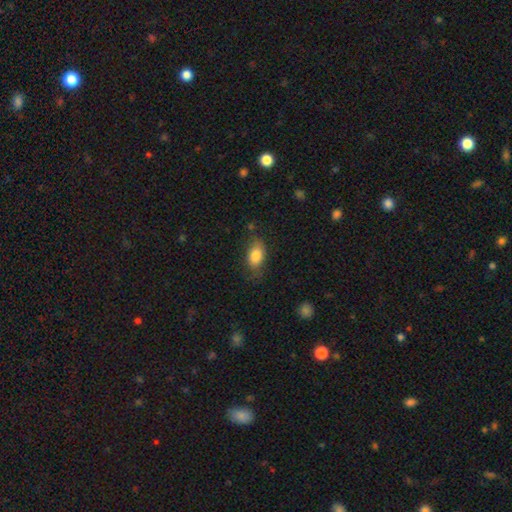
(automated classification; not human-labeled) The model was most divided on "merging": none: 70%, minor disturbance: 22%, major disturbance: 6%, merger: 2%. More confident: how rounded — in between (88%); smooth or featured — smooth (83%).